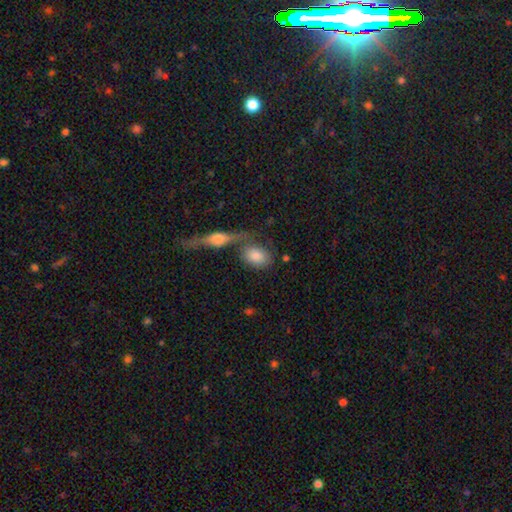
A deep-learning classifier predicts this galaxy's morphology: smooth-or-featured: smooth: 78% | featured or disk: 14% | star or artifact: 7%
  how-rounded: in between: 72% | round: 24% | cigar-shaped: 4%
  merging: none: 52% | merger: 27% | minor disturbance: 15% | major disturbance: 6%